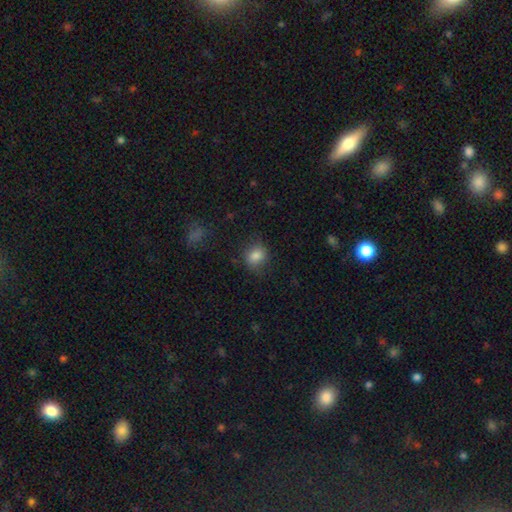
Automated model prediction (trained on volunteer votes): Smooth or featured?
  - smooth: 83% *
  - star or artifact: 10%
  - featured or disk: 7%
How rounded?
  - round: 61% *
  - in between: 38%
  - cigar-shaped: 1%
Merging?
  - none: 71% *
  - minor disturbance: 20%
  - major disturbance: 7%
  - merger: 2%